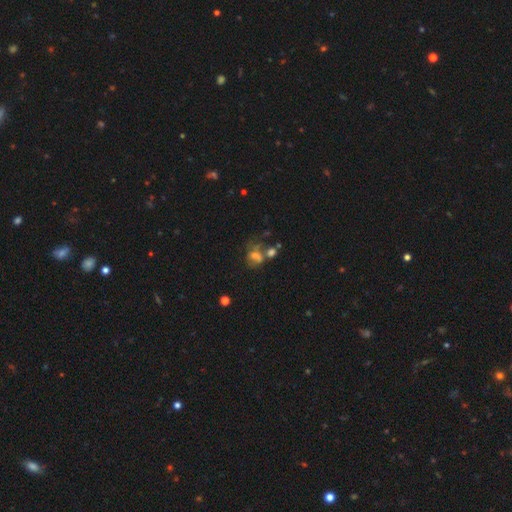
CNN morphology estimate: Smooth or featured: smooth — 40% (featured or disk — 38%)
Merging: merger — 34% (none — 27%)